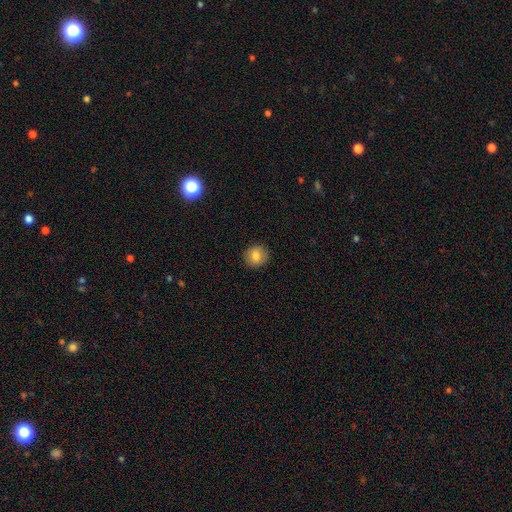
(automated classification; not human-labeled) Smooth or featured?
  - smooth: 82% *
  - star or artifact: 9%
  - featured or disk: 9%
How rounded?
  - round: 86% *
  - in between: 13%
  - cigar-shaped: 1%
Merging?
  - none: 90% *
  - minor disturbance: 7%
  - major disturbance: 2%
  - merger: 1%